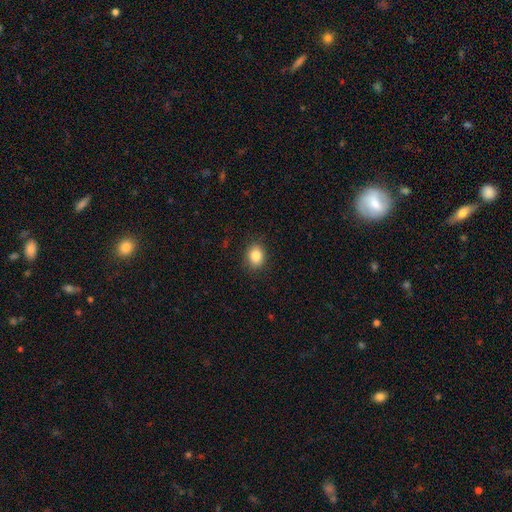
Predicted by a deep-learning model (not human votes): Smooth or featured? Predicted: smooth (p=0.85). How rounded? Predicted: in between (p=0.55). Merging? Predicted: none (p=0.86).